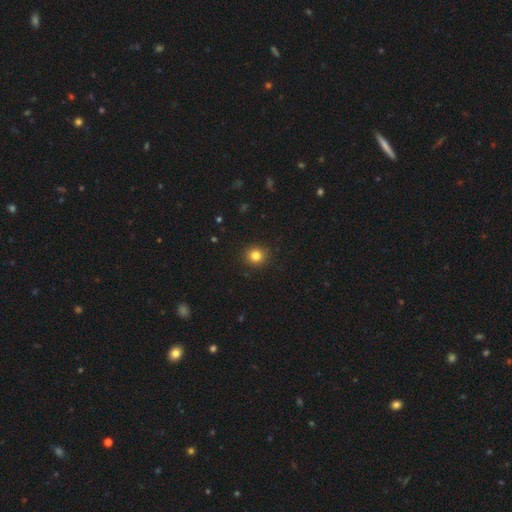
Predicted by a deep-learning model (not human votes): The model was most divided on "smooth or featured": smooth: 82%, star or artifact: 12%, featured or disk: 6%. More confident: merging — none (92%); how rounded — round (90%).